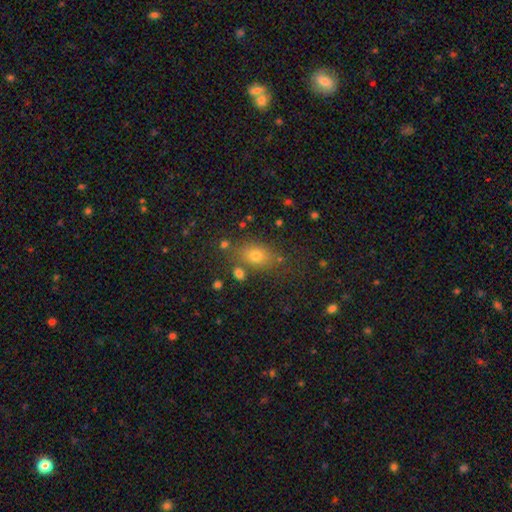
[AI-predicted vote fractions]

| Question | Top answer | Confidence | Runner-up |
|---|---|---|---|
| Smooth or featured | smooth | 72% | star or artifact (17%) |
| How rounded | in between | 68% | round (30%) |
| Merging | none | 75% | minor disturbance (13%) |